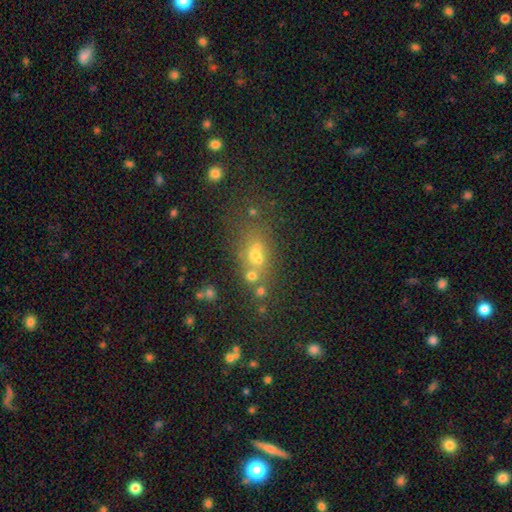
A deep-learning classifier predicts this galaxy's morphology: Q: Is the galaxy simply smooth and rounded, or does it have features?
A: smooth — 48%.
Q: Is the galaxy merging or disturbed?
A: none — 44%.